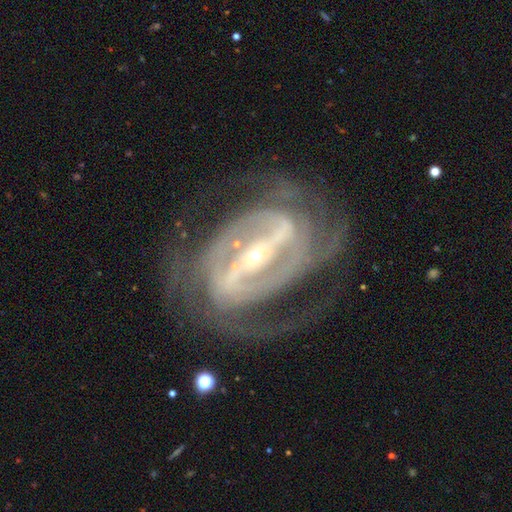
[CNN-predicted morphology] Q: Smooth or featured?
A: featured or disk (91%); runner-up: star or artifact (5%)
Q: Edge-on disk?
A: no (95%); runner-up: yes (5%)
Q: Bar?
A: strong (78%); runner-up: weak (16%)
Q: Spiral arms?
A: yes (95%); runner-up: no (5%)
Q: Spiral winding?
A: tight (49%); runner-up: medium (40%)
Q: Spiral arm count?
A: 2 (44%); runner-up: can't tell (18%)
Q: Bulge size?
A: small (77%); runner-up: moderate (19%)
Q: Merging?
A: none (65%); runner-up: minor disturbance (17%)